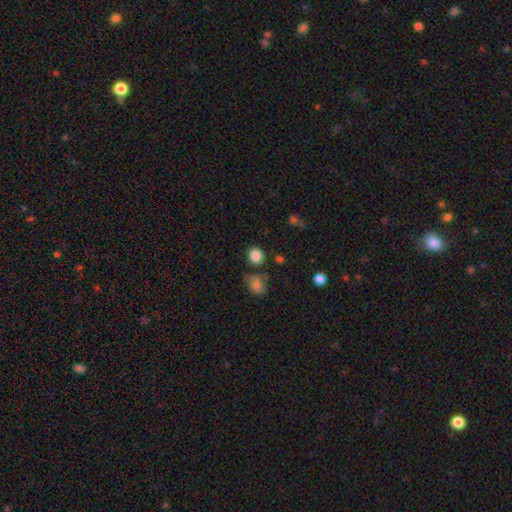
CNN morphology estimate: smooth-or-featured: smooth: 85% | star or artifact: 10% | featured or disk: 5%
  how-rounded: round: 68% | in between: 31% | cigar-shaped: 1%
  merging: none: 77% | minor disturbance: 13% | merger: 6% | major disturbance: 4%